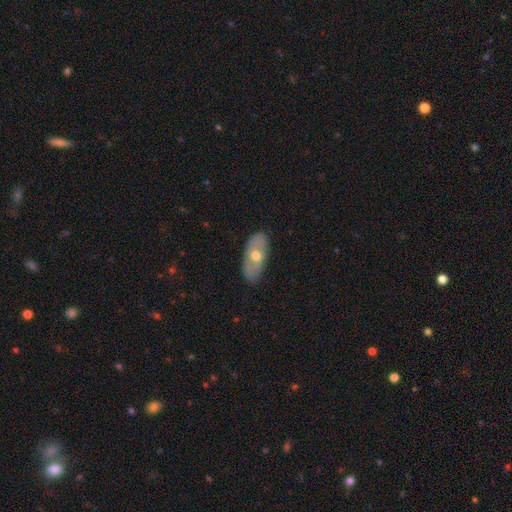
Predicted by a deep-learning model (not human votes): A smooth galaxy with no disk features (51%) that is in between round and cigar-shaped (88%). Merging: none (81%).